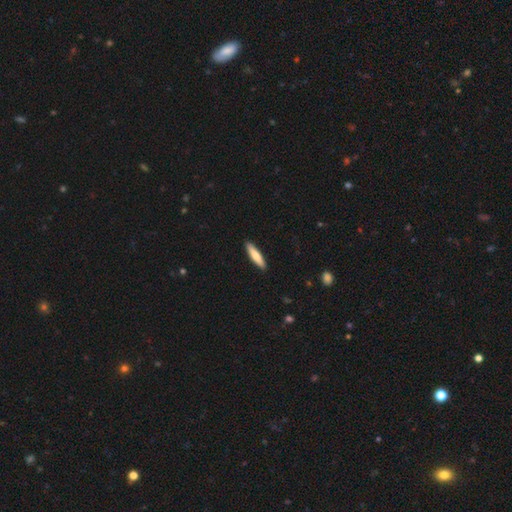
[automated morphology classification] Smooth or featured?
  - smooth: 72% *
  - featured or disk: 23%
  - star or artifact: 5%
How rounded?
  - cigar-shaped: 83% *
  - in between: 16%
  - round: 1%
Merging?
  - none: 91% *
  - minor disturbance: 7%
  - major disturbance: 1%
  - merger: 1%